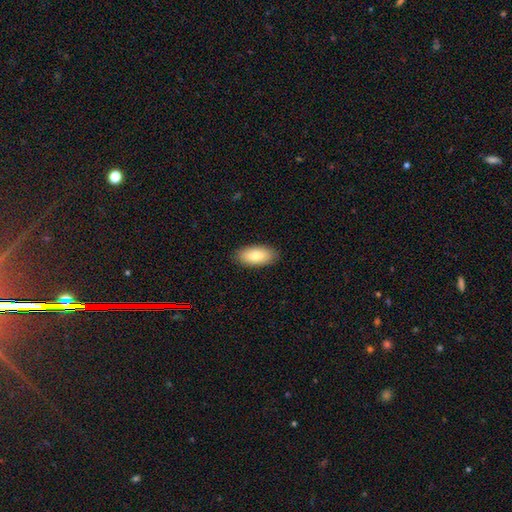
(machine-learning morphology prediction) Smooth or featured? Predicted: smooth (p=0.81). How rounded? Predicted: in between (p=0.92). Merging? Predicted: none (p=0.89).